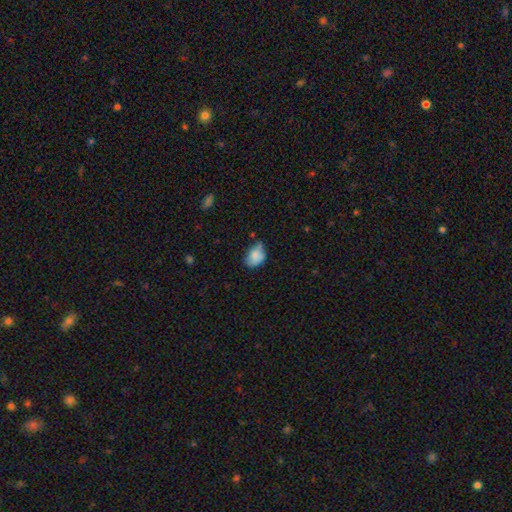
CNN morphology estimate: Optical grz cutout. It shows a smooth galaxy with no disk features (76%) that is in between round and cigar-shaped (80%). Merging: minor disturbance (43%).